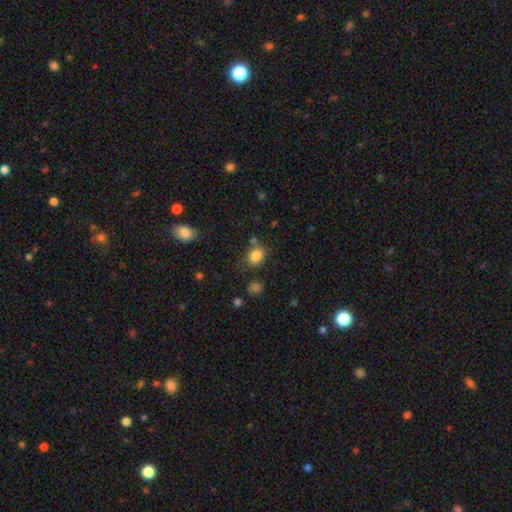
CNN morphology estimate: A smooth galaxy with no disk features (83%) that is in between round and cigar-shaped (52%).

Vote fractions:
- Smooth or featured? smooth: 83% / star or artifact: 11% / featured or disk: 6%
- How rounded? in between: 52% / round: 47% / cigar-shaped: 1%
- Merging? none: 70% / minor disturbance: 17% / merger: 8% / major disturbance: 5%